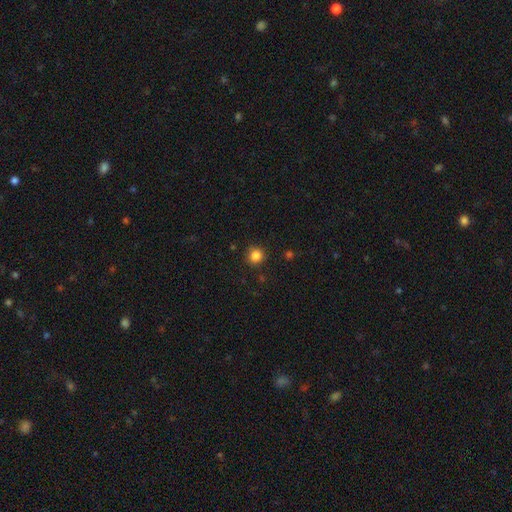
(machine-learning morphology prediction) smooth-or-featured: smooth: 84% | star or artifact: 12% | featured or disk: 4%
  how-rounded: round: 93% | in between: 6% | cigar-shaped: 1%
  merging: none: 89% | minor disturbance: 8% | major disturbance: 2% | merger: 2%